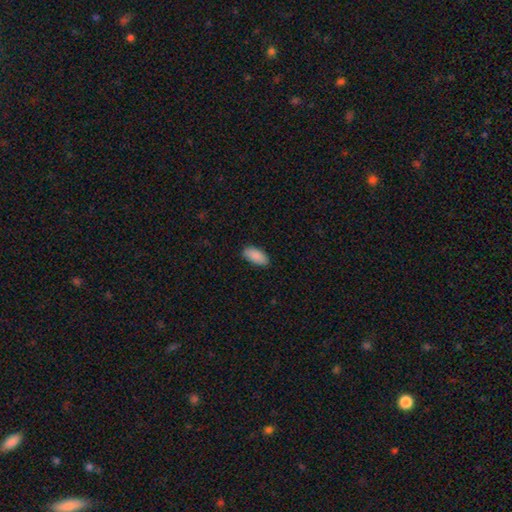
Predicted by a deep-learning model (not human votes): A smooth galaxy with no disk features (90%) that is in between round and cigar-shaped (92%).

Vote fractions:
- Smooth or featured? smooth: 90% / star or artifact: 6% / featured or disk: 4%
- How rounded? in between: 92% / cigar-shaped: 6% / round: 2%
- Merging? none: 85% / minor disturbance: 11% / major disturbance: 2% / merger: 1%